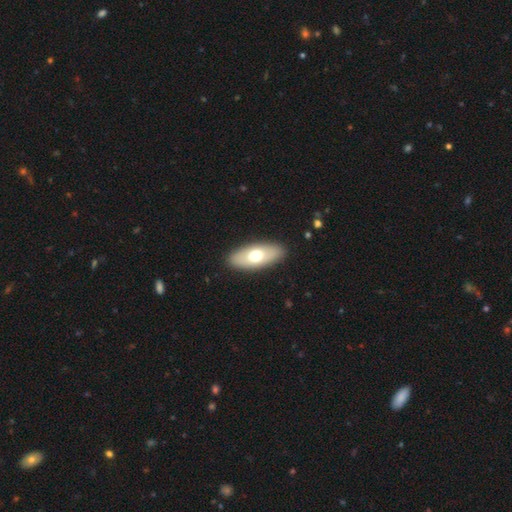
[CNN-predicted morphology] This is likely a smooth galaxy (63%). How rounded: clearly in between (84%). Merging: clearly none (89%).